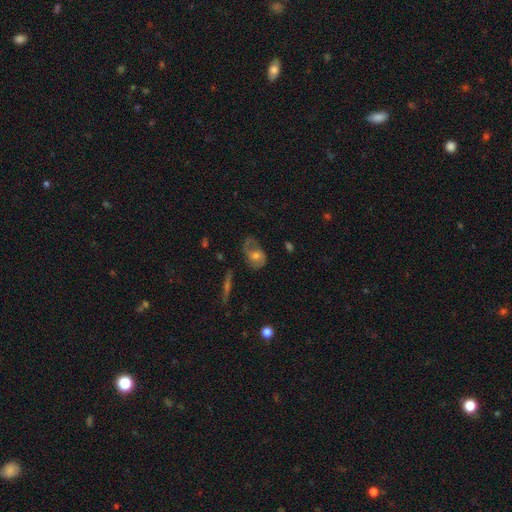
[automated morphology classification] Overall: featured or disk (56%; smooth 36%). Edge-on disk: no (92%). Bar: no (73%). Spiral arms: yes (71%). Bulge size: moderate (63%; small 25%). Merging: none (55%; minor disturbance 26%).